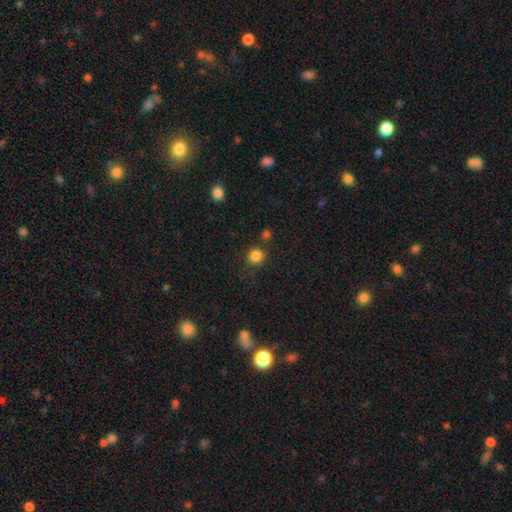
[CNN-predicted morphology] smooth 84%, star or artifact 12%, featured or disk 4%. Down the decision tree: how rounded — round (89%); merging — none (80%).